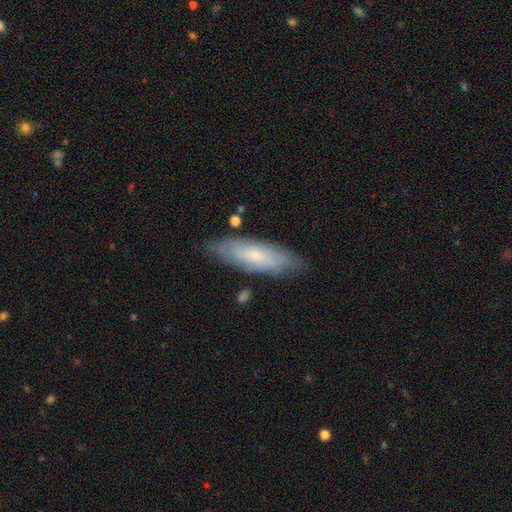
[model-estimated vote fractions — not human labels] smooth-or-featured: smooth: 52% | featured or disk: 42% | star or artifact: 7%
  how-rounded: in between: 54% | cigar-shaped: 44% | round: 2%
  merging: none: 79% | minor disturbance: 16% | major disturbance: 3% | merger: 2%